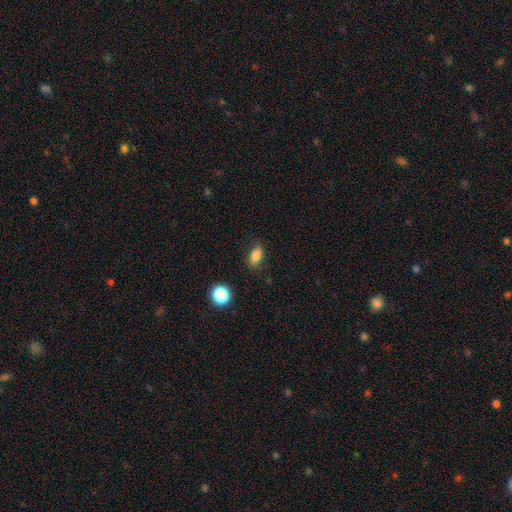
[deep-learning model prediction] A smooth galaxy with no disk features (82%) that is in between round and cigar-shaped (85%). Merging: none (80%).